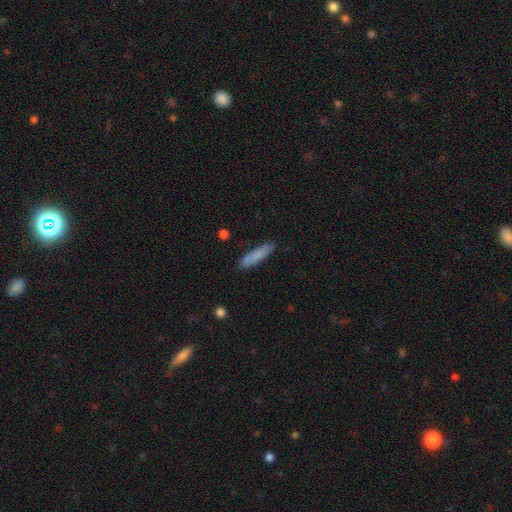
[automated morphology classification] type=smooth (82%); roundness=cigar-shaped (80%); merging=none (85%).